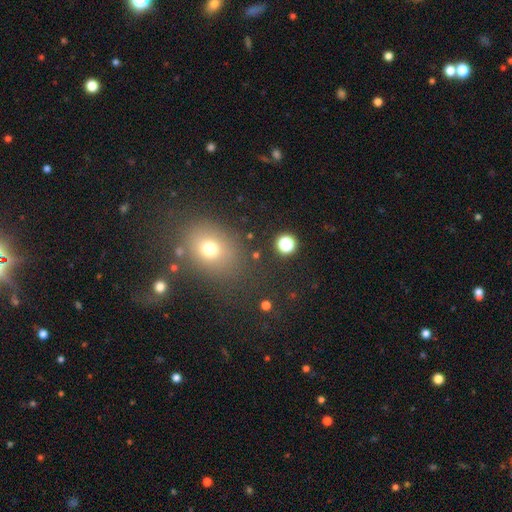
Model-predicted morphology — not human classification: Smooth or featured?
  - smooth: 68% *
  - star or artifact: 22%
  - featured or disk: 10%
How rounded?
  - round: 55% *
  - in between: 44%
  - cigar-shaped: 2%
Merging?
  - none: 77% *
  - minor disturbance: 12%
  - major disturbance: 6%
  - merger: 5%